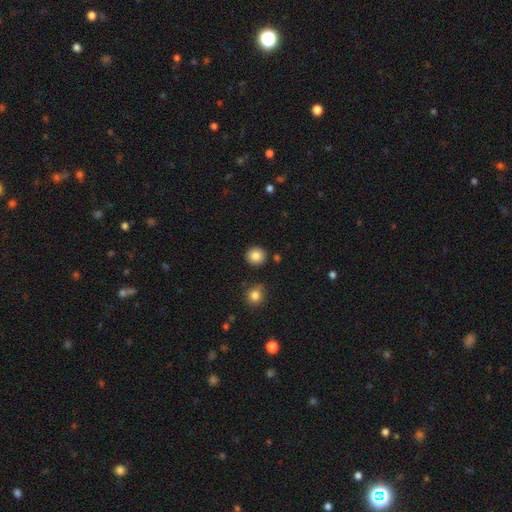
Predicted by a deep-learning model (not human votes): Overall: smooth (85%). How rounded: round (92%). Merging: none (90%).